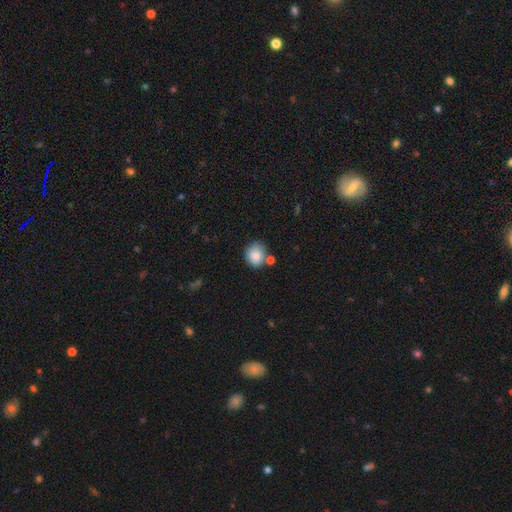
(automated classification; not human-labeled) Smooth or featured? Predicted: smooth (p=0.83). How rounded? Predicted: round (p=0.71). Merging? Predicted: none (p=0.62).